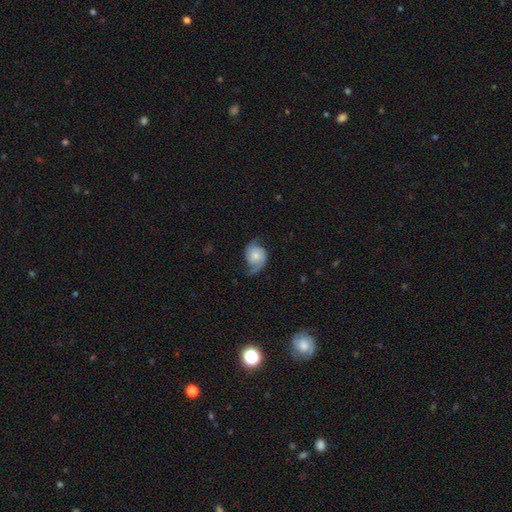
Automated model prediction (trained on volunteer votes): Overall: featured or disk (70%). Edge-on disk: no (97%). Bar: no (74%). Spiral arms: yes (93%). Spiral arm count: 2 (83%). Spiral winding: loose (41%; medium 39%). Bulge size: small (47%; moderate 39%). Merging: none (60%; minor disturbance 25%).